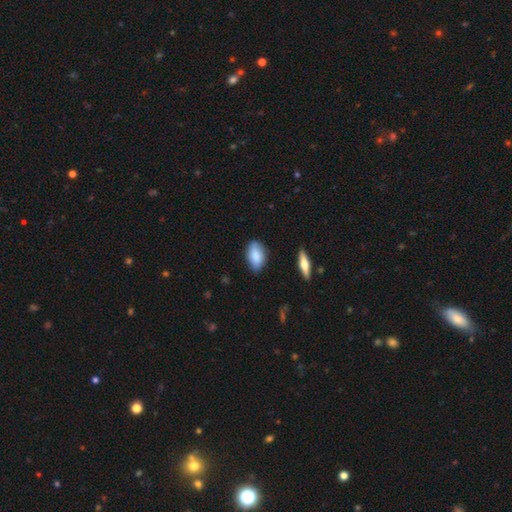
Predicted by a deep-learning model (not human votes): Q: Smooth or featured?
A: smooth (82%); runner-up: featured or disk (11%)
Q: How rounded?
A: in between (91%); runner-up: round (5%)
Q: Merging?
A: none (77%); runner-up: minor disturbance (18%)